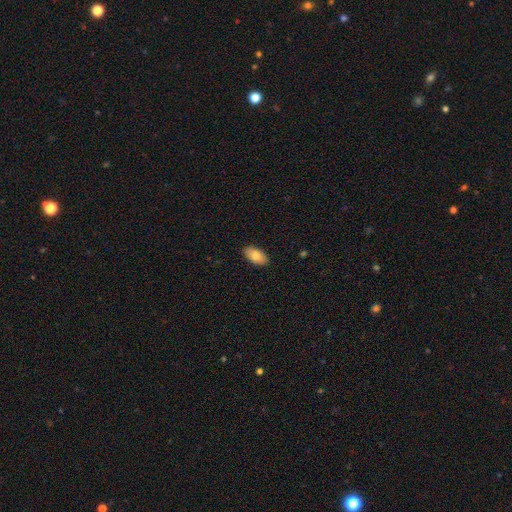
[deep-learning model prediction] This appears to be a smooth galaxy with no disk features (81%) that is in between round and cigar-shaped (95%). Merging: none (89%).